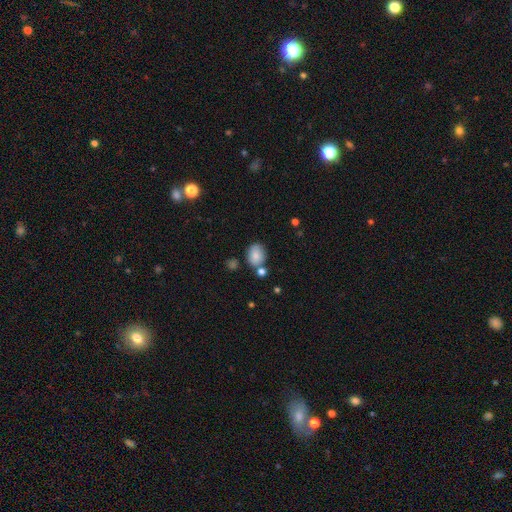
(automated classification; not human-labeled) smooth 81%, featured or disk 9%, star or artifact 9%. Down the decision tree: how rounded — in between (60%); merging — none (65%).